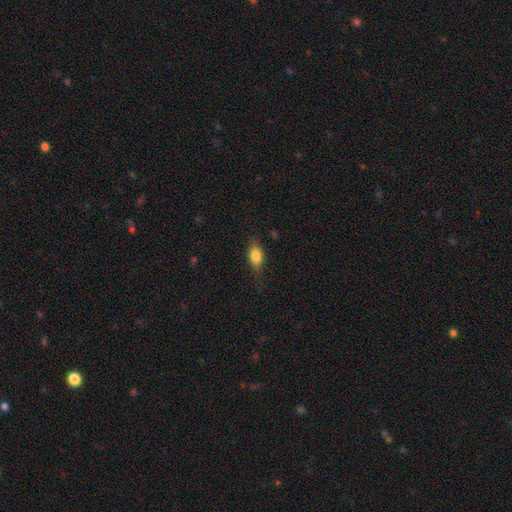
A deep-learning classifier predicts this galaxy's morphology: smooth-or-featured: smooth: 81% | featured or disk: 12% | star or artifact: 8%
  how-rounded: in between: 83% | cigar-shaped: 9% | round: 7%
  merging: none: 75% | minor disturbance: 19% | major disturbance: 5% | merger: 1%